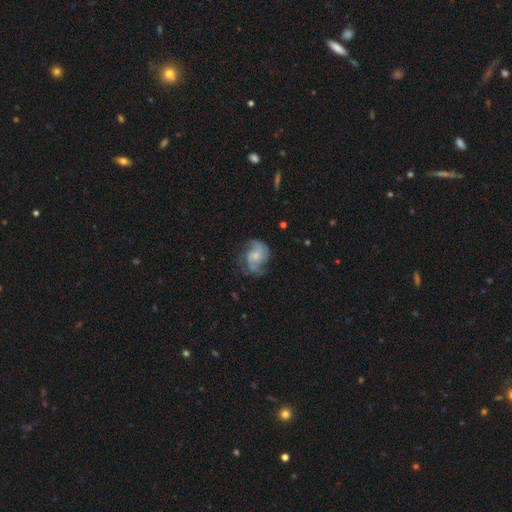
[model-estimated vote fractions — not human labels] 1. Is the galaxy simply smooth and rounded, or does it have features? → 69% featured or disk, 23% smooth, 8% star or artifact.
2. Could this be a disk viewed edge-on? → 98% no, 2% yes.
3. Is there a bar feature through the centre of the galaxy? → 69% no, 27% weak, 4% strong.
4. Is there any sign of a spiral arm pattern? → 88% yes, 12% no.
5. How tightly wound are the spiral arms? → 46% medium, 31% loose, 23% tight.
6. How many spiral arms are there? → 45% 2, 21% can't tell, 20% 3, 5% 1, 5% 4, 4% more than 4.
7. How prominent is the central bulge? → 59% small, 26% moderate, 12% none, 3% large, 1% dominant.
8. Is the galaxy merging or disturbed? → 53% none, 25% minor disturbance, 20% major disturbance, 2% merger.